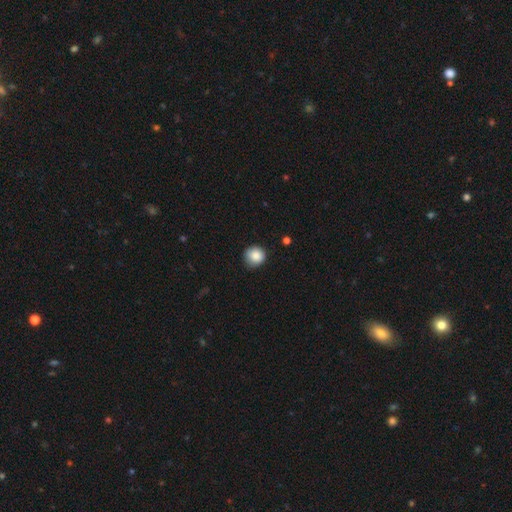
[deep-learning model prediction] smooth 86%, star or artifact 9%, featured or disk 5%. Down the decision tree: how rounded — round (90%); merging — none (79%).